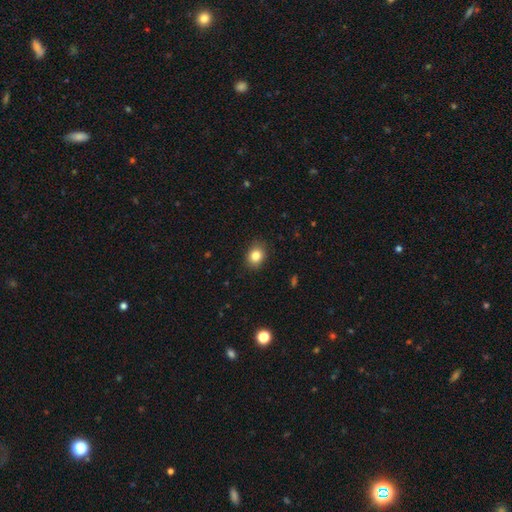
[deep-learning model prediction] A smooth galaxy with no disk features (84%) that is round (59%). Merging: none (88%).